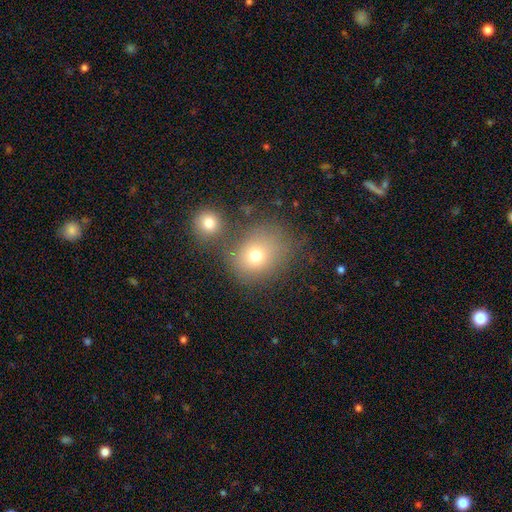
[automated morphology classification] Smooth or featured? Predicted: smooth (p=0.72). How rounded? Predicted: round (p=0.67). Merging? Predicted: none (p=0.54).